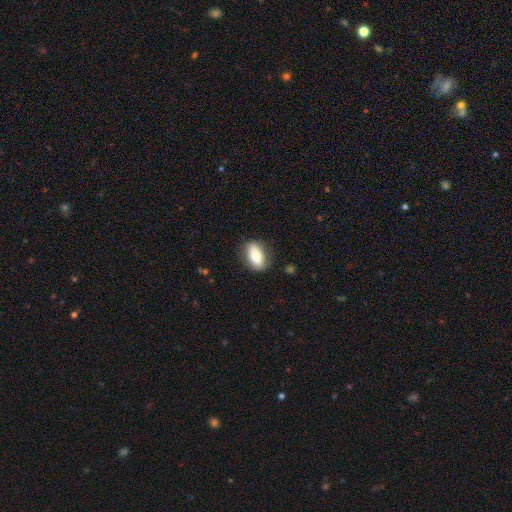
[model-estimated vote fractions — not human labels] smooth 76%, featured or disk 17%, star or artifact 7%. Down the decision tree: how rounded — in between (88%); merging — none (82%).